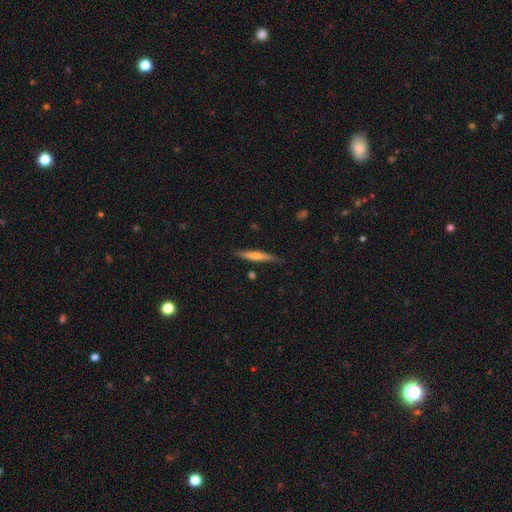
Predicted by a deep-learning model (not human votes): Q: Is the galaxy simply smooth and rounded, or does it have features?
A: featured or disk — 48%.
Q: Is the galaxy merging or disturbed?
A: none — 80%.